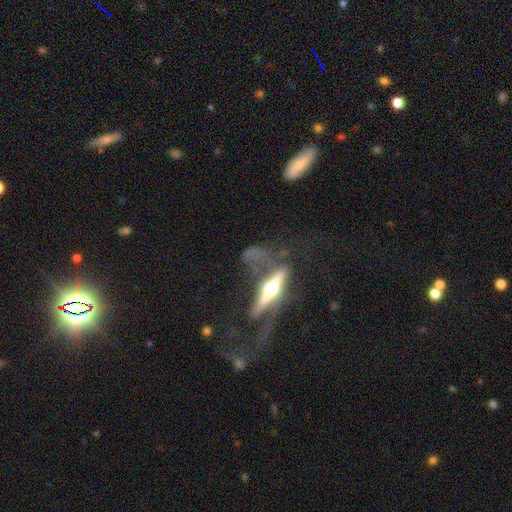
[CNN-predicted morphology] Smooth or featured: featured or disk — 70% (smooth — 21%)
Edge-on disk: yes — 80% (no — 20%)
Edge-on bulge: rounded — 91% (boxy — 5%)
Merging: none — 37% (major disturbance — 35%)